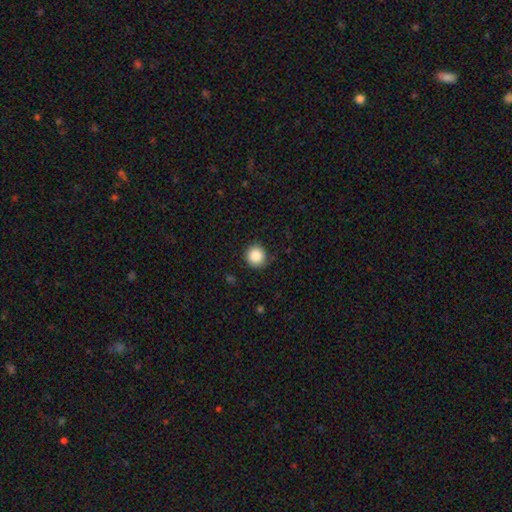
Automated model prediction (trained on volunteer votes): A smooth galaxy with no disk features (87%) that is round (94%).

Vote fractions:
- Smooth or featured? smooth: 87% / star or artifact: 9% / featured or disk: 4%
- How rounded? round: 94% / in between: 6% / cigar-shaped: 1%
- Merging? none: 88% / minor disturbance: 9% / major disturbance: 2% / merger: 1%